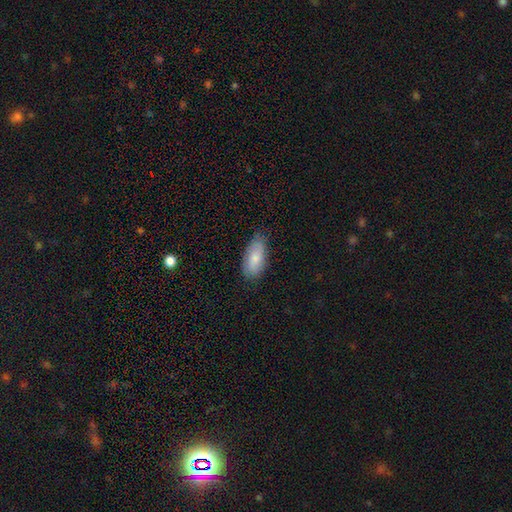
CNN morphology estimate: smooth_or_featured: smooth (p=0.79) [alt: featured or disk p=0.15]
how_rounded: in between (p=0.89) [alt: cigar-shaped p=0.09]
merging: none (p=0.73) [alt: minor disturbance p=0.22]